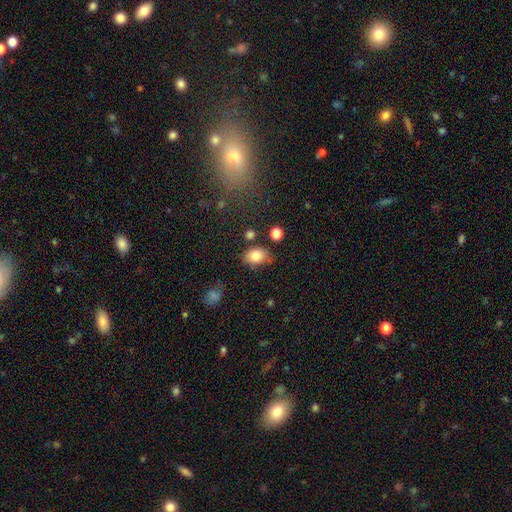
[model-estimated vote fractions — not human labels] smooth 82%, star or artifact 10%, featured or disk 9%. Down the decision tree: how rounded — in between (67%); merging — none (69%).